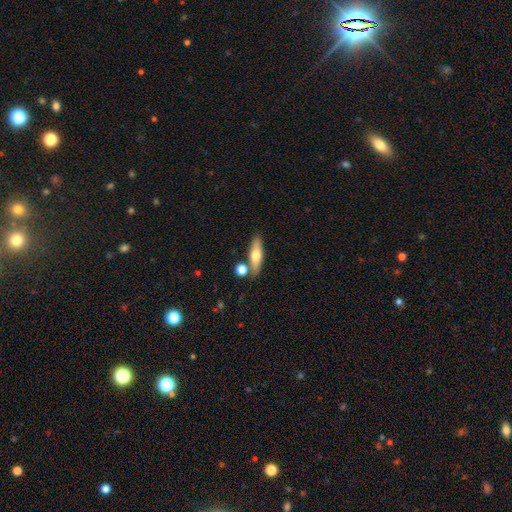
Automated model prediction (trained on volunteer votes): Morphology: type=smooth (59%); roundness=cigar-shaped (54%); merging=none (73%).